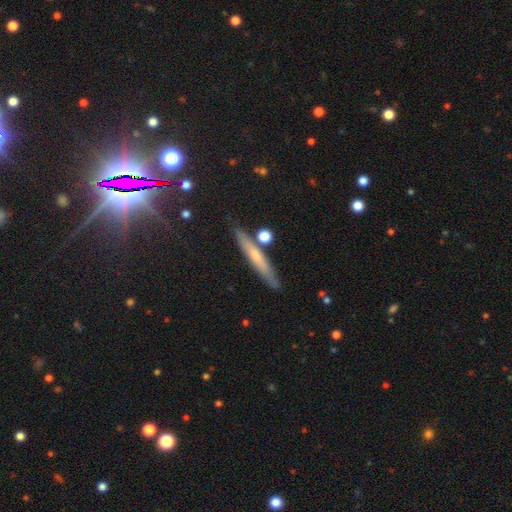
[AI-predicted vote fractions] smooth_or_featured: smooth (p=0.53) [alt: featured or disk p=0.39]
how_rounded: cigar-shaped (p=0.93) [alt: in between p=0.05]
merging: none (p=0.83) [alt: minor disturbance p=0.10]